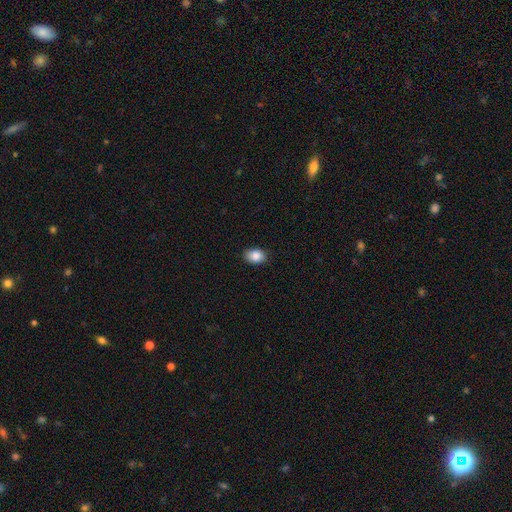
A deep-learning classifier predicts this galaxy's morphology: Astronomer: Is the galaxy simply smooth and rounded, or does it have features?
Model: smooth — 87%.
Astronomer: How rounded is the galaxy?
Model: in between — 76%.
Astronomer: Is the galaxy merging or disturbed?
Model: none — 86%.